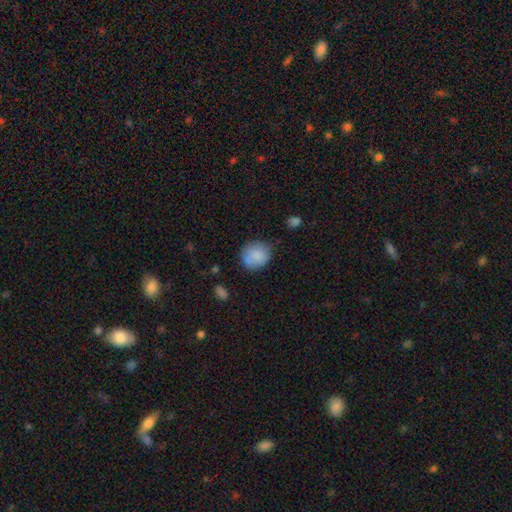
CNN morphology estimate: Smooth or featured? smooth (81%)
How rounded? round (76%)
Merging? none (67%)